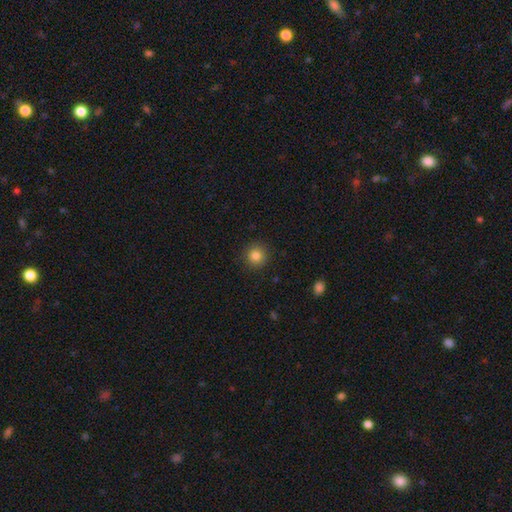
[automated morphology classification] Smooth or featured: smooth — 83% (star or artifact — 11%)
How rounded: round — 94% (in between — 5%)
Merging: none — 91% (minor disturbance — 6%)